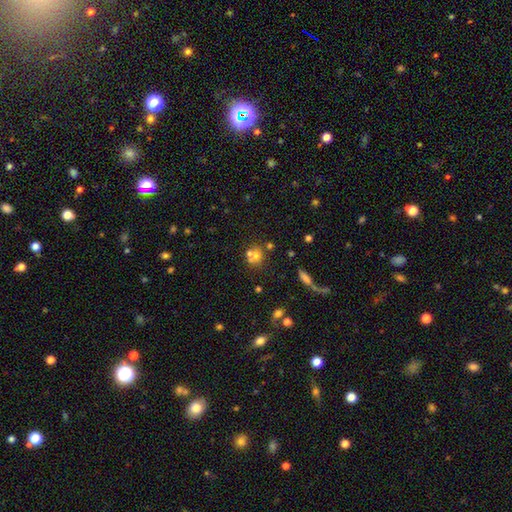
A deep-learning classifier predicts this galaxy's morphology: Smooth or featured?
  - smooth: 59% *
  - featured or disk: 22%
  - star or artifact: 19%
How rounded?
  - round: 80% *
  - in between: 18%
  - cigar-shaped: 1%
Merging?
  - merger: 43% * (tied)
  - none: 43% * (tied)
  - minor disturbance: 8%
  - major disturbance: 5%